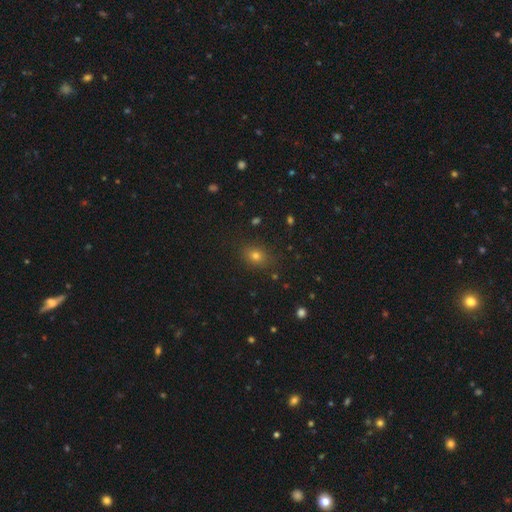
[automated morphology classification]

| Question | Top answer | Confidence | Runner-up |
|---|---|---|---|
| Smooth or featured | smooth | 72% | star or artifact (20%) |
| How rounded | round | 53% | in between (45%) |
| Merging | none | 85% | minor disturbance (10%) |